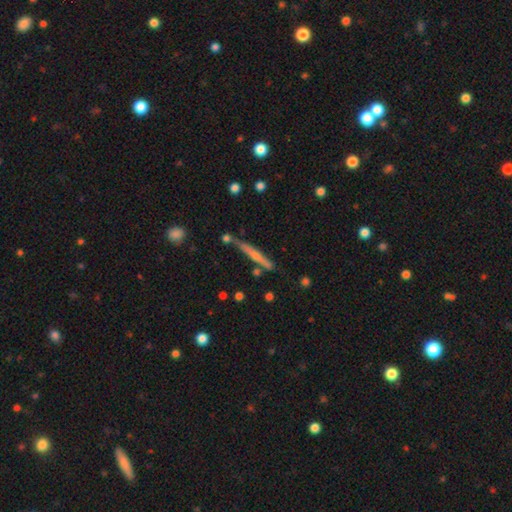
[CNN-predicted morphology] Smooth or featured: featured or disk — 47% (smooth — 45%)
Merging: none — 72% (minor disturbance — 15%)